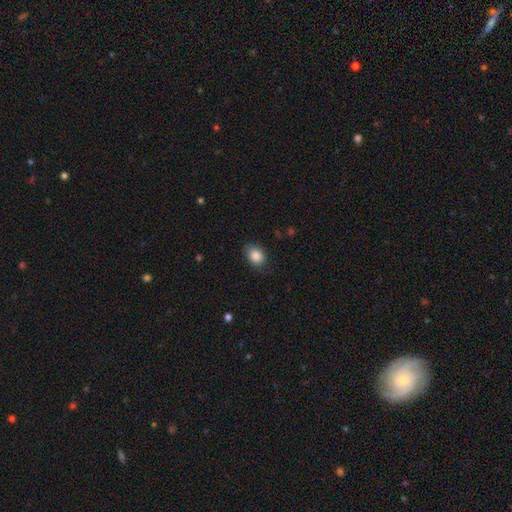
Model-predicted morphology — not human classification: A smooth galaxy with no disk features (87%) that is in between round and cigar-shaped (66%).

Vote fractions:
- Smooth or featured? smooth: 87% / star or artifact: 8% / featured or disk: 5%
- How rounded? in between: 66% / round: 33% / cigar-shaped: 1%
- Merging? none: 79% / minor disturbance: 16% / major disturbance: 4% / merger: 1%